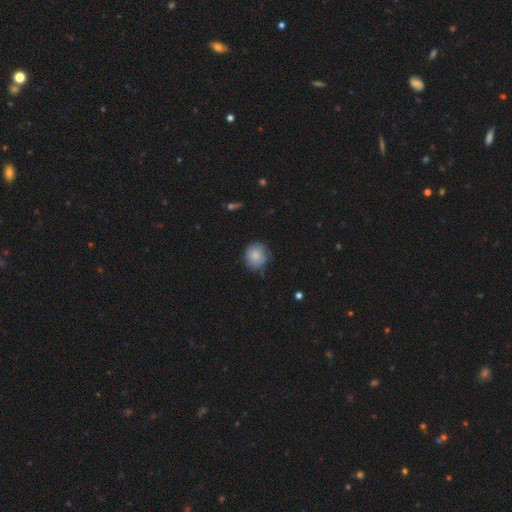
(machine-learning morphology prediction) Overall: smooth (83%). How rounded: round (88%). Merging: none (73%).